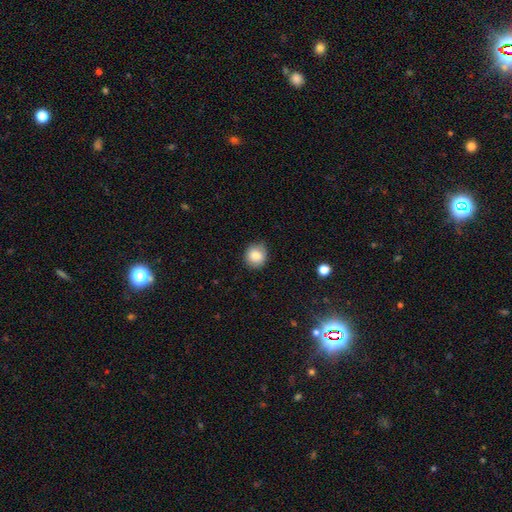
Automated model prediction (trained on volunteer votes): A smooth galaxy with no disk features (84%) that is round (83%). Merging: none (81%).